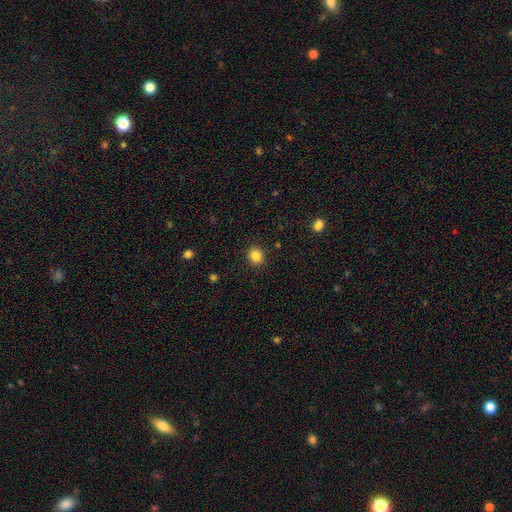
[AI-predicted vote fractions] smooth_or_featured: smooth (p=0.85) [alt: star or artifact p=0.11]
how_rounded: round (p=0.77) [alt: in between p=0.23]
merging: none (p=0.90) [alt: minor disturbance p=0.06]